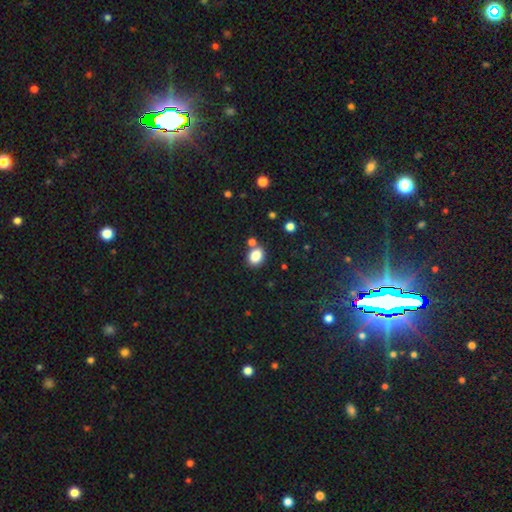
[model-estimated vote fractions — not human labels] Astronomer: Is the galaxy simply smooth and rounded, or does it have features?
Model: smooth — 85%.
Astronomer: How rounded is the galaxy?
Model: in between — 55% (runner-up: round, 44%).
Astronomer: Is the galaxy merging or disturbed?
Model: none — 71%.